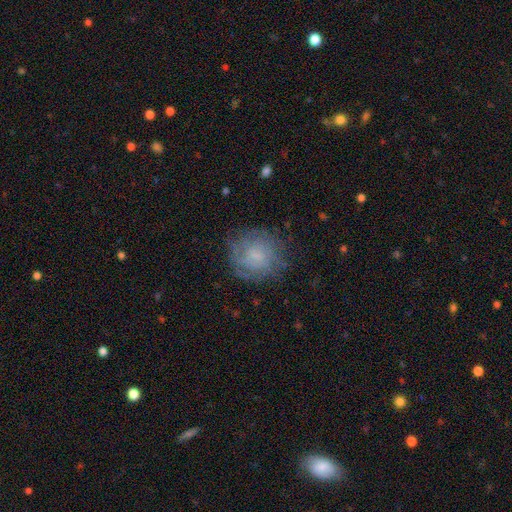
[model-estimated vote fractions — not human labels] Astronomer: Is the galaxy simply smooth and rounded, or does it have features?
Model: smooth — 46% (runner-up: featured or disk, 42%).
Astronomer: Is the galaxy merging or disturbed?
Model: none — 76%.